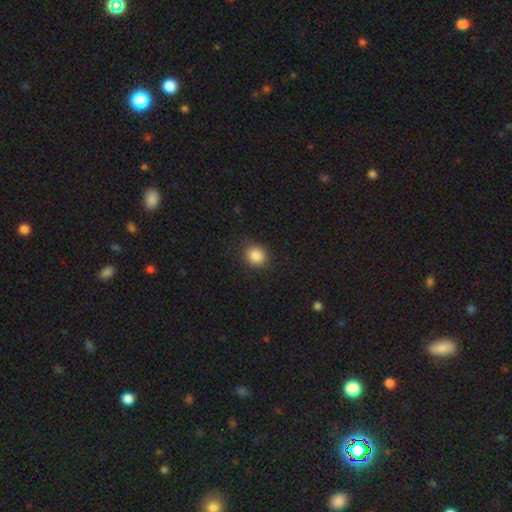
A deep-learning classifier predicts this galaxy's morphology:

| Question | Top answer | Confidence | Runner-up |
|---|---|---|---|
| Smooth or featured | smooth | 86% | star or artifact (10%) |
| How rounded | round | 80% | in between (19%) |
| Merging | none | 88% | minor disturbance (8%) |